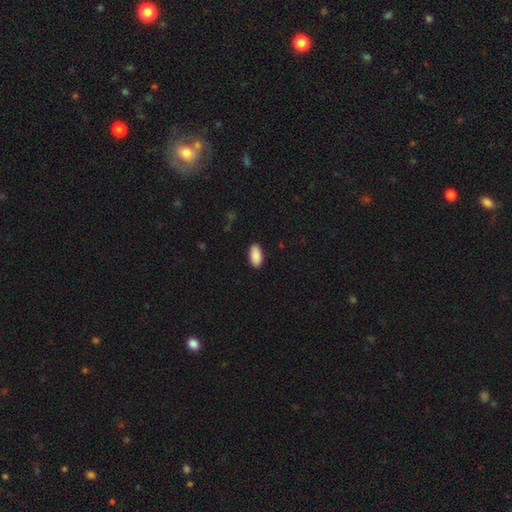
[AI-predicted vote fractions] Morphology: type=smooth (91%); roundness=in between (94%); merging=none (90%).